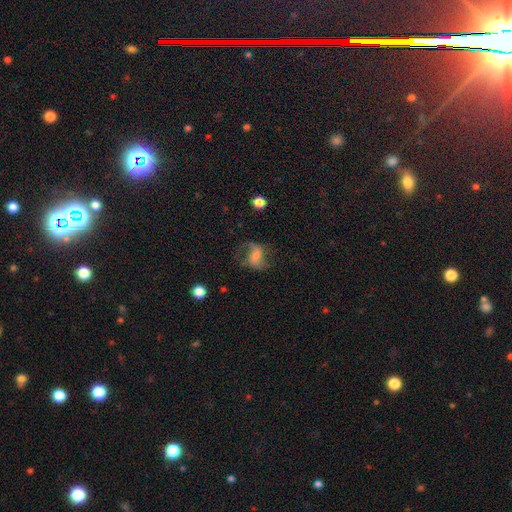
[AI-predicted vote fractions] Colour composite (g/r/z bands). It shows a featured or disk galaxy (58%) with a weak bar (41%), spiral arms (83%) and a small central bulge (41%). Merging: none (50%).